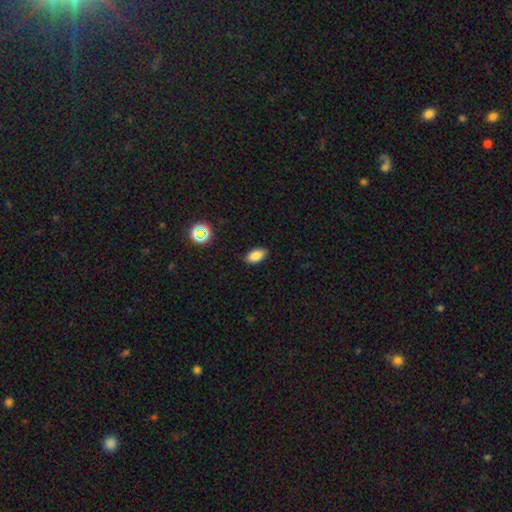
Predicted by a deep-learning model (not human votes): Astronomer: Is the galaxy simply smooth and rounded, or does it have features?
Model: smooth — 84%.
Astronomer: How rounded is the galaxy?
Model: in between — 92%.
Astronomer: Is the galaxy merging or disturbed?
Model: none — 88%.